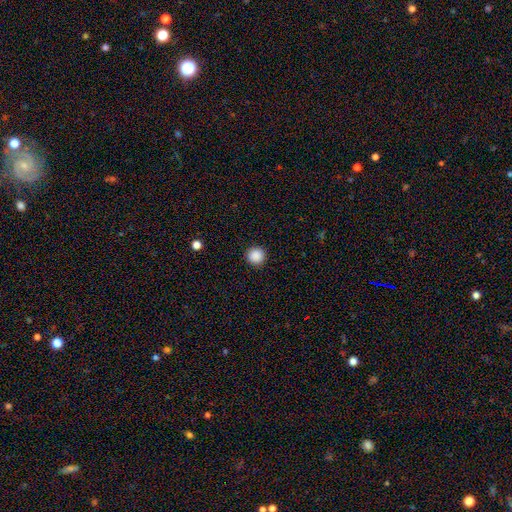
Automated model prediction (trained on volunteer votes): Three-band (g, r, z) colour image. It shows a smooth galaxy with no disk features (88%) that is round (96%). Merging: none (93%).